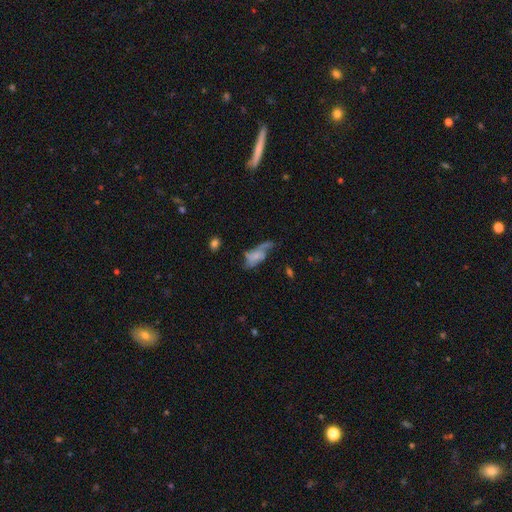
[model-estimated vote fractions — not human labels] This appears to be a featured or disk galaxy (48%). Merging: major disturbance (36%).